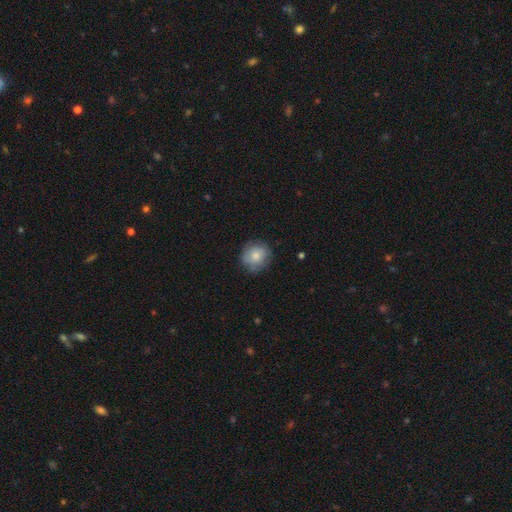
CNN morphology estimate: Smooth or featured? smooth (78%)
How rounded? round (81%)
Merging? none (76%)